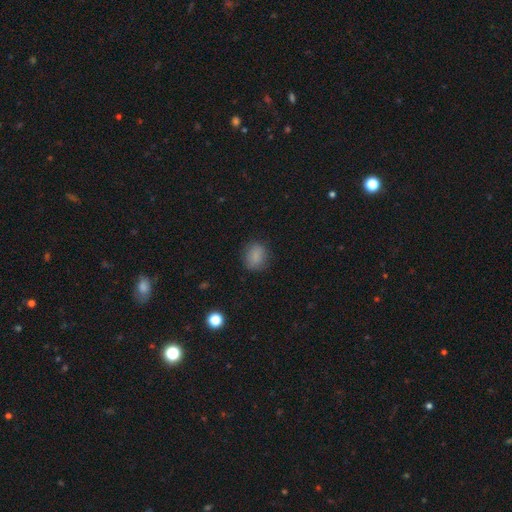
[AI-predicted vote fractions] A smooth galaxy with no disk features (85%) that is round (63%).

Vote fractions:
- Smooth or featured? smooth: 85% / star or artifact: 10% / featured or disk: 5%
- How rounded? round: 63% / in between: 36% / cigar-shaped: 1%
- Merging? none: 83% / minor disturbance: 13% / major disturbance: 4% / merger: 1%